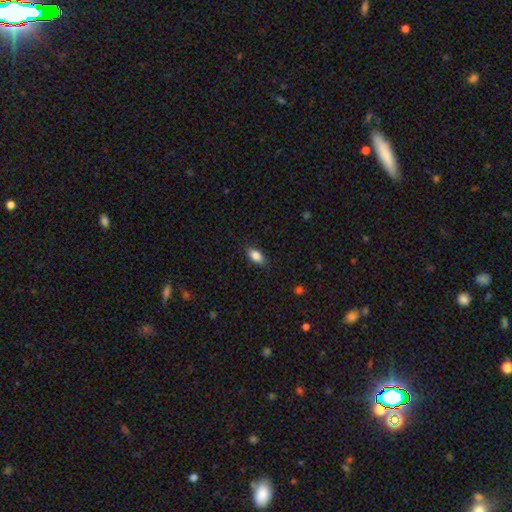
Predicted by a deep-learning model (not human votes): Smooth or featured? Predicted: smooth (p=0.86). How rounded? Predicted: in between (p=0.89). Merging? Predicted: none (p=0.86).